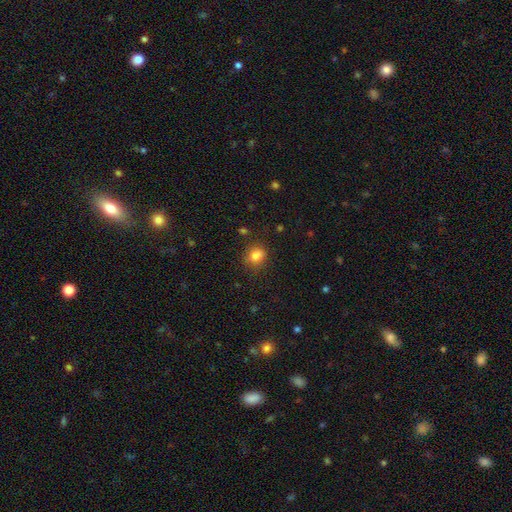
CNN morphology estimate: Smooth or featured? Predicted: smooth (p=0.81). How rounded? Predicted: round (p=0.60). Merging? Predicted: none (p=0.73).